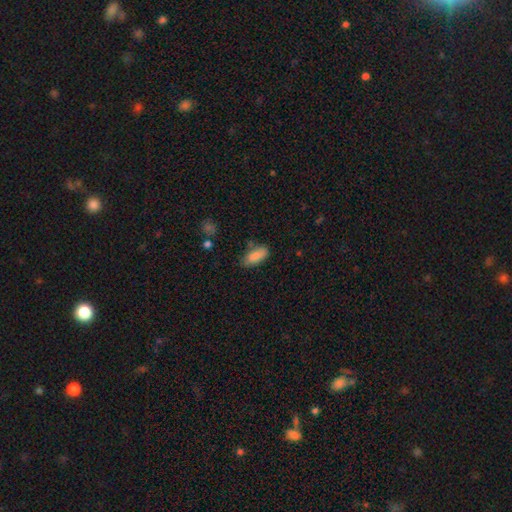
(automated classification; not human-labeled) This is clearly a smooth galaxy (86%). How rounded: clearly in between (84%). Merging: likely none (71%).